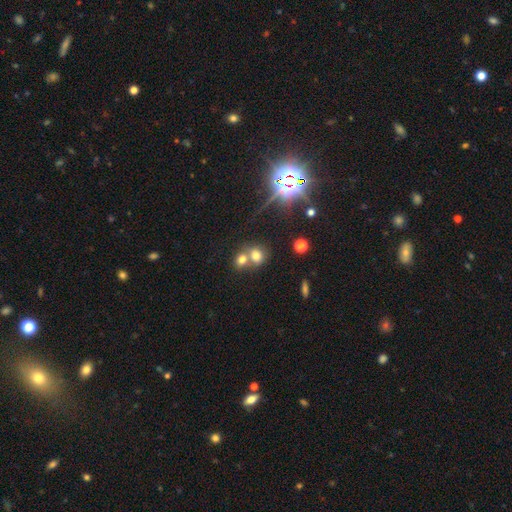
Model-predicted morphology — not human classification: A smooth galaxy with no disk features (68%) that is round (65%).

Vote fractions:
- Smooth or featured? smooth: 68% / star or artifact: 18% / featured or disk: 14%
- How rounded? round: 65% / in between: 34% / cigar-shaped: 1%
- Merging? merger: 56% / none: 34% / minor disturbance: 7% / major disturbance: 3%